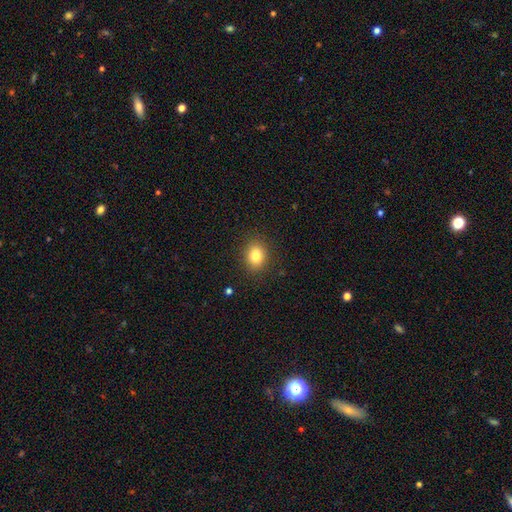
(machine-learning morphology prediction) Smooth or featured: smooth — 82% (star or artifact — 11%)
How rounded: round — 57% (in between — 42%)
Merging: none — 89% (minor disturbance — 8%)